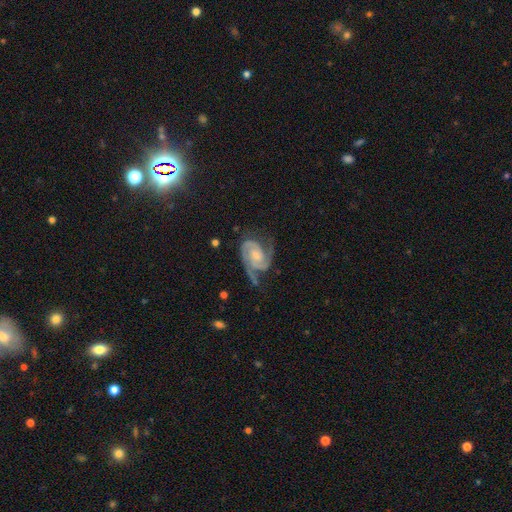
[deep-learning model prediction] A featured or disk galaxy (91%) with no bar (56%), 2 (72%) tight (46%) spiral arms (98%) and a small central bulge (46%).

Vote fractions:
- Smooth or featured? featured or disk: 91% / star or artifact: 4% / smooth: 4%
- Edge-on disk? no: 98% / yes: 2%
- Bar? no: 56% / weak: 35% / strong: 9%
- Spiral arms? yes: 98% / no: 2%
- Spiral winding? tight: 46% / medium: 45% / loose: 9%
- Spiral arm count? 2: 72% / 3: 17% / can't tell: 4% / 1: 3% / 4: 2% / more than 4: 2%
- Bulge size? small: 46% / moderate: 34% / none: 15% / large: 4% / dominant: 1%
- Merging? none: 60% / minor disturbance: 23% / major disturbance: 15% / merger: 2%